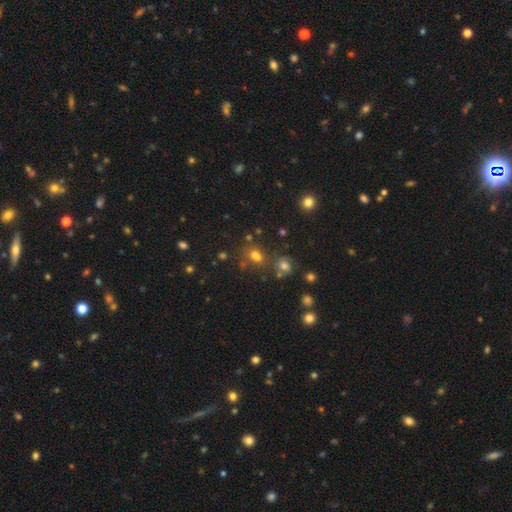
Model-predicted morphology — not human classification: Smooth or featured?
  - smooth: 70% *
  - star or artifact: 22%
  - featured or disk: 9%
How rounded?
  - round: 50% *
  - in between: 48%
  - cigar-shaped: 2%
Merging?
  - none: 62% *
  - merger: 19%
  - minor disturbance: 13%
  - major disturbance: 6%